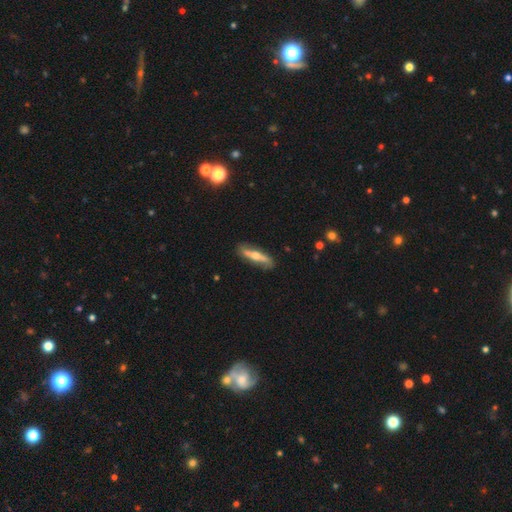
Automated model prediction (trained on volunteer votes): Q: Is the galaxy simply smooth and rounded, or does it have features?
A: featured or disk — 62%.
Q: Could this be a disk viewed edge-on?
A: yes — 62%.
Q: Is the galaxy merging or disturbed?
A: none — 81%.